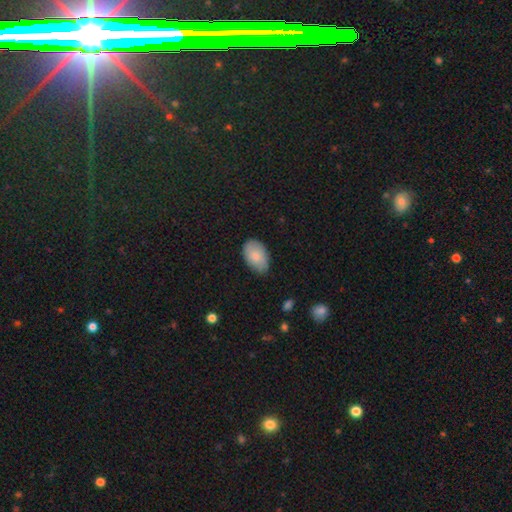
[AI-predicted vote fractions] Overall: smooth (81%). How rounded: in between (91%). Merging: none (79%).